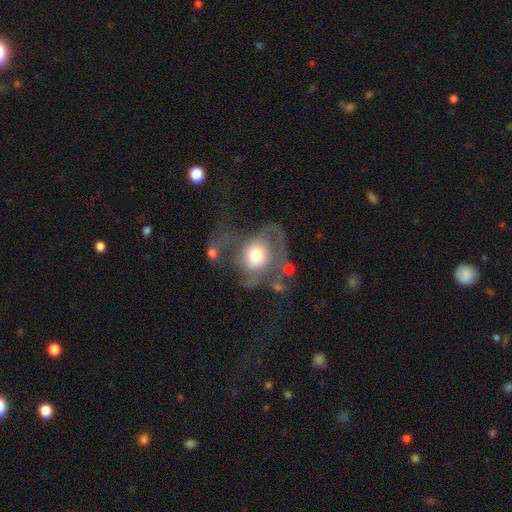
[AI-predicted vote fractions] A featured or disk galaxy (46%).

Vote fractions:
- Smooth or featured? featured or disk: 46% / smooth: 45% / star or artifact: 9%
- Merging? major disturbance: 52% / none: 20% / minor disturbance: 15% / merger: 12%